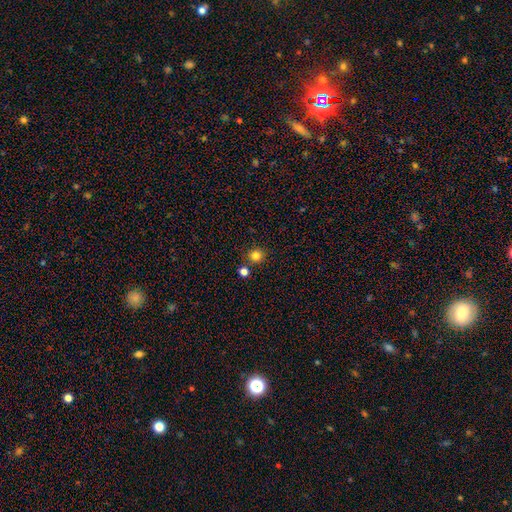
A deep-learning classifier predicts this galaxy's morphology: smooth-or-featured: smooth: 82% | star or artifact: 14% | featured or disk: 5%
  how-rounded: round: 92% | in between: 7% | cigar-shaped: 1%
  merging: none: 81% | merger: 10% | minor disturbance: 7% | major disturbance: 2%